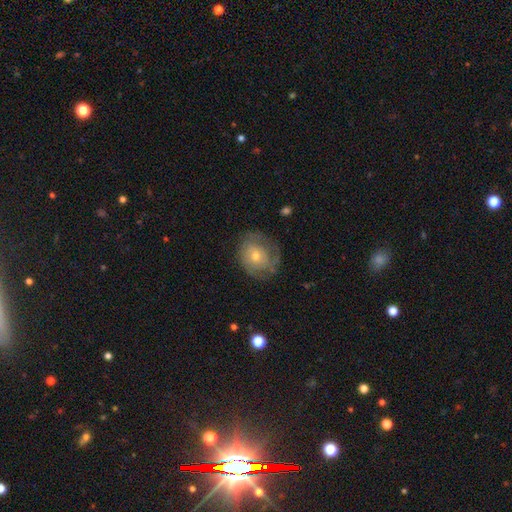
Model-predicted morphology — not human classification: Q: Smooth or featured?
A: featured or disk (56%); runner-up: smooth (35%)
Q: Edge-on disk?
A: no (97%); runner-up: yes (3%)
Q: Bar?
A: no (80%); runner-up: weak (17%)
Q: Spiral arms?
A: yes (72%); runner-up: no (28%)
Q: Bulge size?
A: small (48%); runner-up: moderate (47%)
Q: Merging?
A: none (68%); runner-up: minor disturbance (21%)